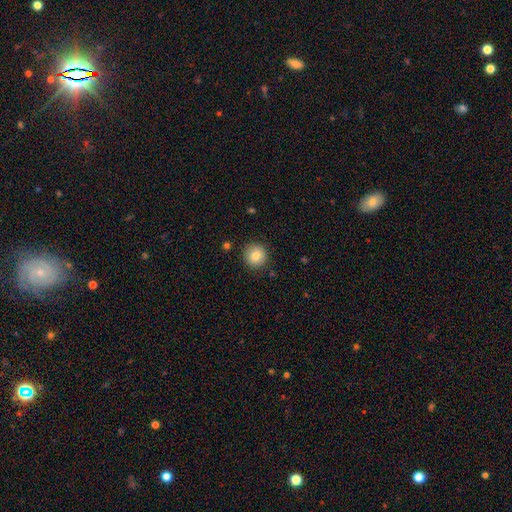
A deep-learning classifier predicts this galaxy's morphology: This is clearly a smooth galaxy (82%). How rounded: clearly round (94%). Merging: clearly none (89%).